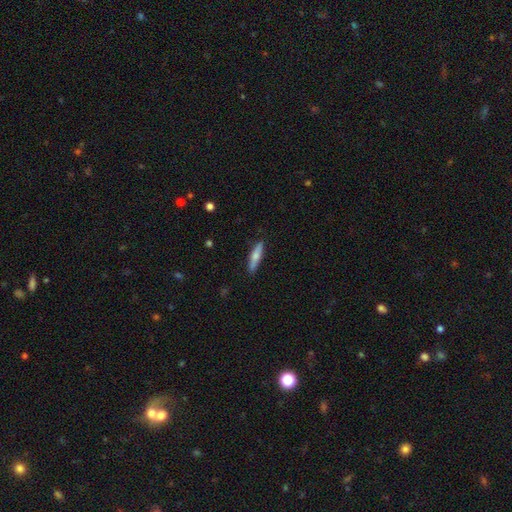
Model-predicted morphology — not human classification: Q: Smooth or featured?
A: smooth (58%); runner-up: featured or disk (36%)
Q: How rounded?
A: cigar-shaped (81%); runner-up: in between (17%)
Q: Merging?
A: none (88%); runner-up: minor disturbance (9%)